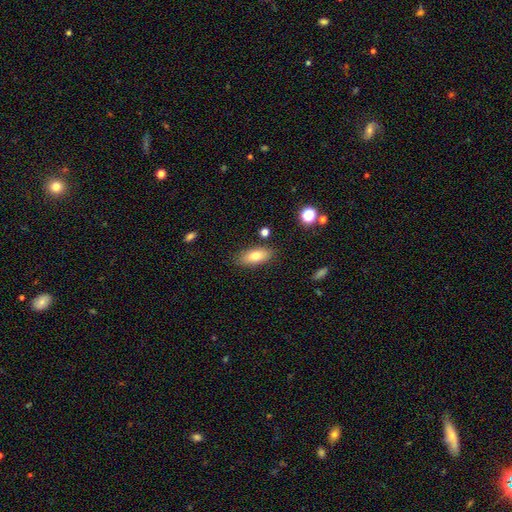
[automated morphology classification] Q: Smooth or featured?
A: smooth (76%); runner-up: featured or disk (16%)
Q: How rounded?
A: in between (83%); runner-up: cigar-shaped (13%)
Q: Merging?
A: none (84%); runner-up: minor disturbance (11%)